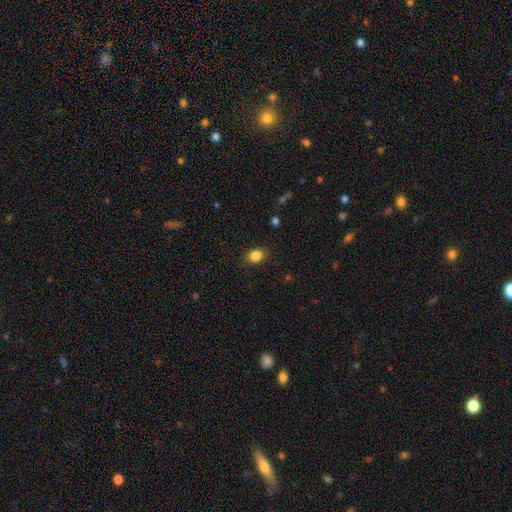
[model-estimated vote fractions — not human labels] Smooth or featured?
  - smooth: 85% *
  - star or artifact: 10%
  - featured or disk: 5%
How rounded?
  - in between: 59% *
  - round: 40%
  - cigar-shaped: 1%
Merging?
  - none: 84% *
  - minor disturbance: 12%
  - major disturbance: 3%
  - merger: 1%